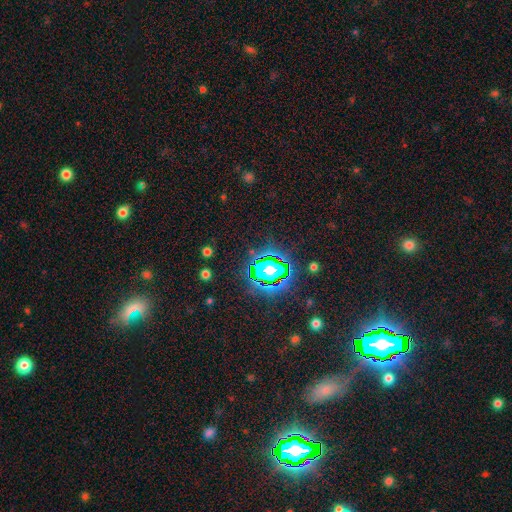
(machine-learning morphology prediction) Smooth or featured? Predicted: star or artifact (p=0.80).